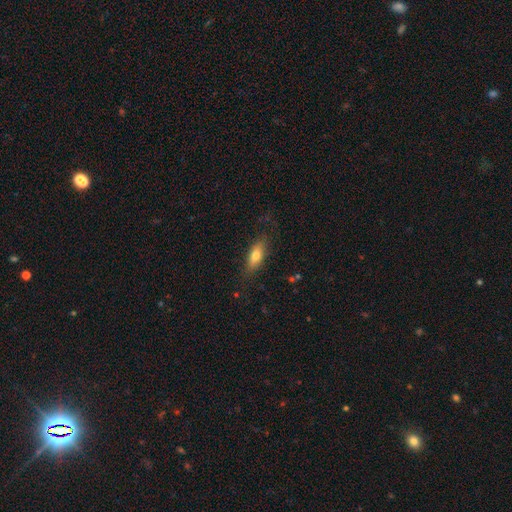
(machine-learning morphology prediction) Overall: smooth (72%). How rounded: in between (74%). Merging: none (78%).